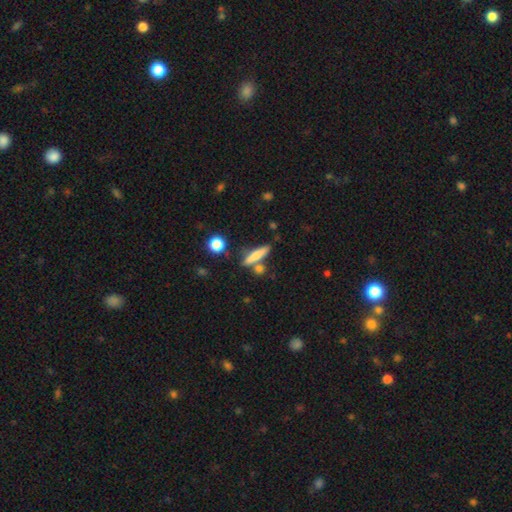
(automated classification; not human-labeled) smooth_or_featured: smooth (p=0.68) [alt: featured or disk p=0.24]
how_rounded: cigar-shaped (p=0.79) [alt: in between p=0.17]
merging: none (p=0.69) [alt: merger p=0.15]